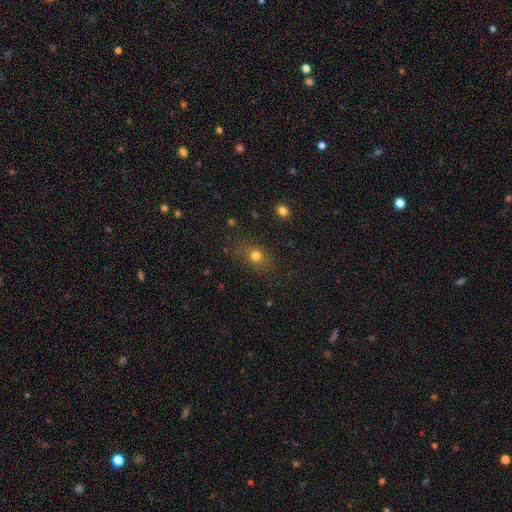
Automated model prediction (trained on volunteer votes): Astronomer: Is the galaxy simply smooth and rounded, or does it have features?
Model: smooth — 74%.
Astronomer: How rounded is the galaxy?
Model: round — 55% (runner-up: in between, 43%).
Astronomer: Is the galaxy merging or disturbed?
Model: none — 79%.